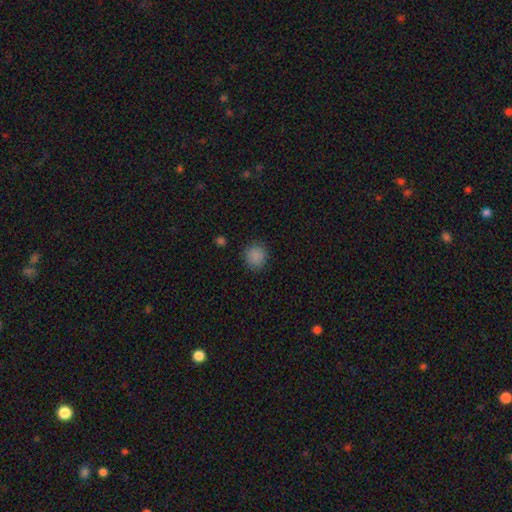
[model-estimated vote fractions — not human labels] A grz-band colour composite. It shows a smooth galaxy with no disk features (86%) that is round (86%). Merging: none (87%).